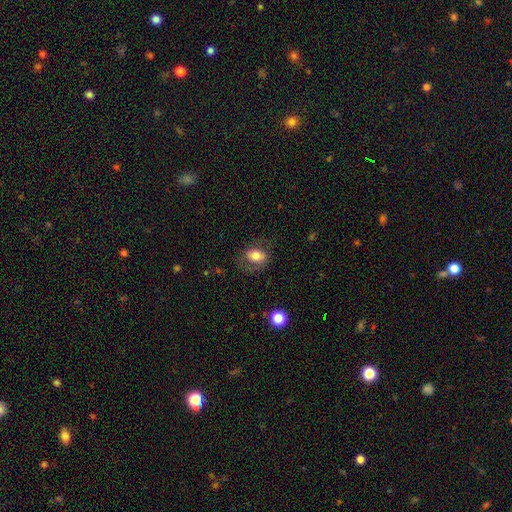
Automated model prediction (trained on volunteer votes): Overall: smooth (70%). How rounded: in between (72%). Merging: none (64%).